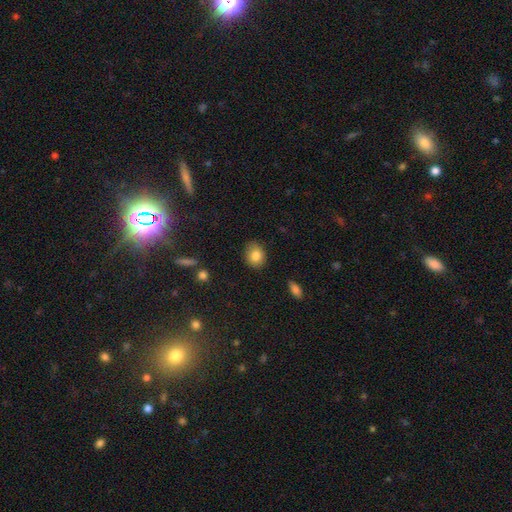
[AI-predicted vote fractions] Smooth or featured: smooth — 83% (star or artifact — 9%)
How rounded: round — 54% (in between — 45%)
Merging: none — 82% (minor disturbance — 14%)